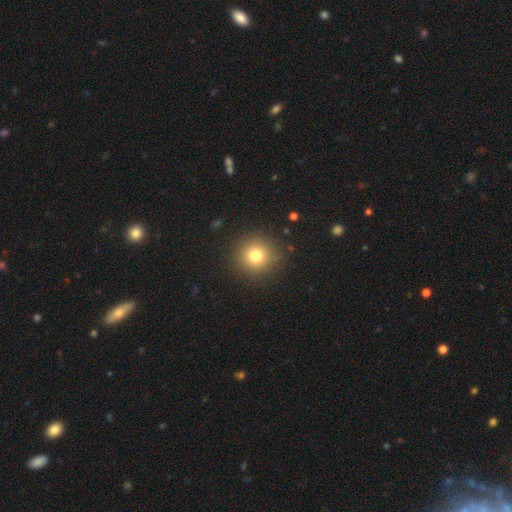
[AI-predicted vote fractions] Smooth or featured: smooth — 78% (star or artifact — 13%)
How rounded: round — 93% (in between — 6%)
Merging: none — 89% (minor disturbance — 7%)